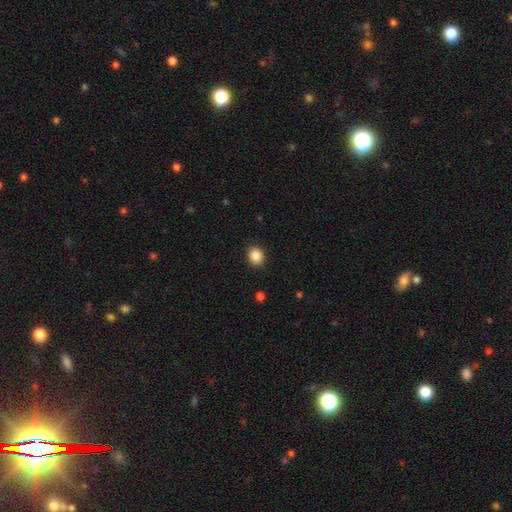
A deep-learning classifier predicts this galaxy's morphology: smooth 86%, star or artifact 9%, featured or disk 4%. Down the decision tree: how rounded — round (69%); merging — none (91%).